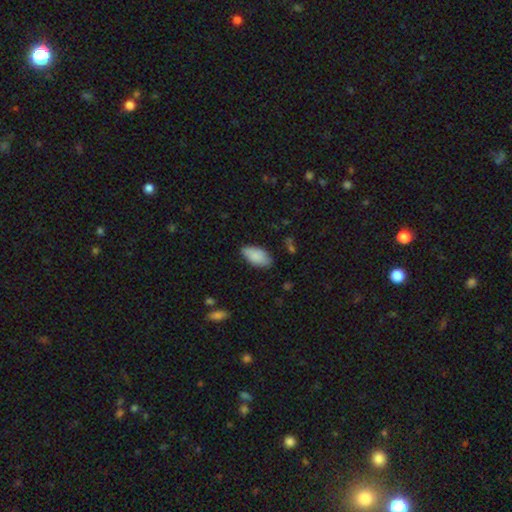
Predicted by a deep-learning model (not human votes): This is clearly a smooth galaxy (86%). How rounded: clearly in between (93%). Merging: likely none (77%).